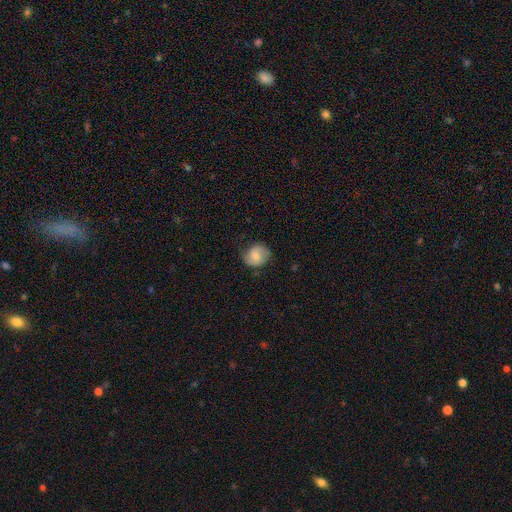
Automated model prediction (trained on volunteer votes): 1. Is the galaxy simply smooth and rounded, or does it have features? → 52% smooth, 41% featured or disk, 8% star or artifact.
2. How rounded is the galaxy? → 74% round, 25% in between, 1% cigar-shaped.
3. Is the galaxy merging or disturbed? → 71% none, 21% minor disturbance, 7% major disturbance, 1% merger.